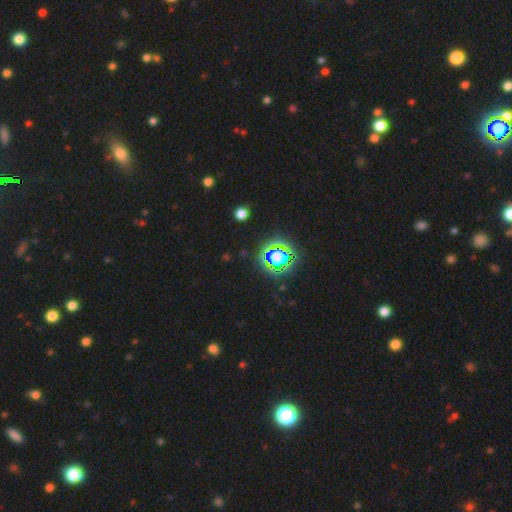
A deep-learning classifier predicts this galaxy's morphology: Smooth or featured?
  - star or artifact: 81% *
  - smooth: 12%
  - featured or disk: 7%